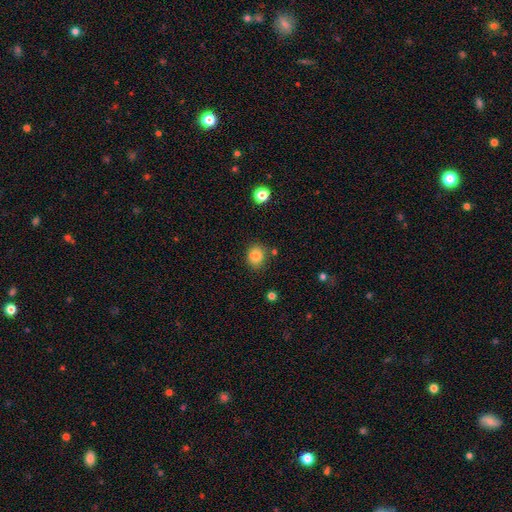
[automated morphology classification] A smooth galaxy with no disk features (83%) that is round (65%). Merging: none (80%).